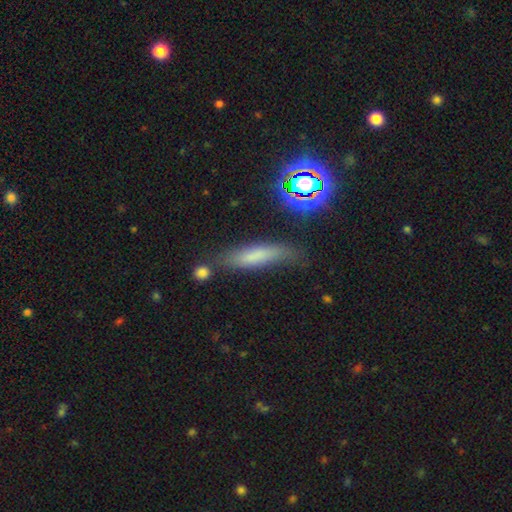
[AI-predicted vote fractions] Smooth or featured?
  - smooth: 66% *
  - featured or disk: 21%
  - star or artifact: 14%
How rounded?
  - cigar-shaped: 75% *
  - in between: 22%
  - round: 3%
Merging?
  - none: 66% *
  - minor disturbance: 21%
  - major disturbance: 7%
  - merger: 6%